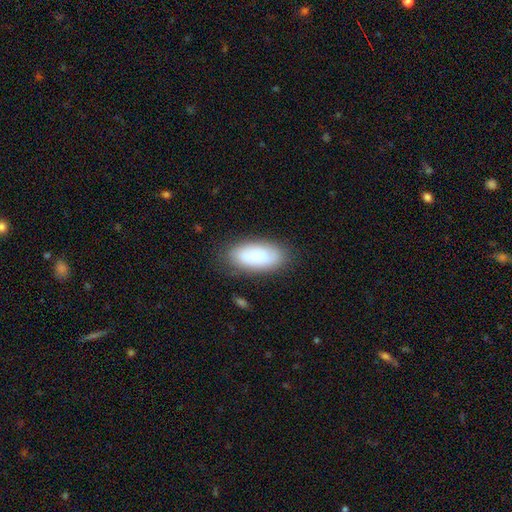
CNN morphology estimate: Overall: smooth (82%). How rounded: in between (90%). Merging: none (80%).